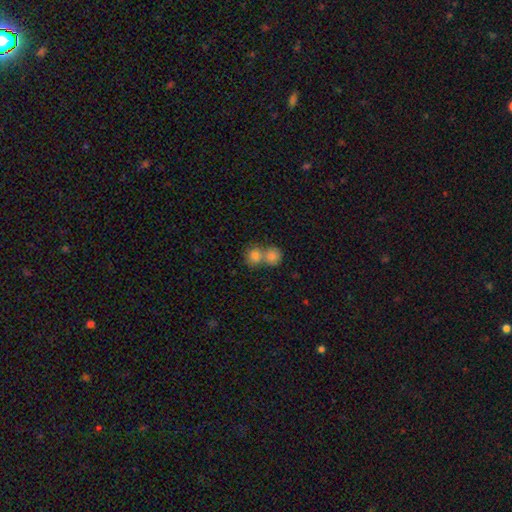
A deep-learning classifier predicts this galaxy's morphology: A smooth galaxy with no disk features (80%) that is round (82%). Merging: merger (53%).